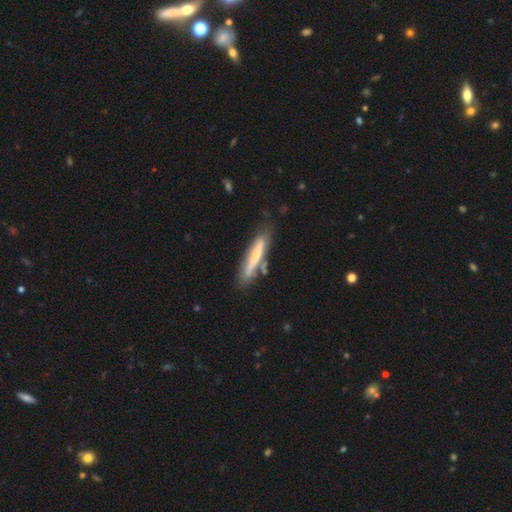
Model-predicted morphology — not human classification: This appears to be a featured or disk galaxy (53%) viewed edge-on (75%). Merging: none (66%).